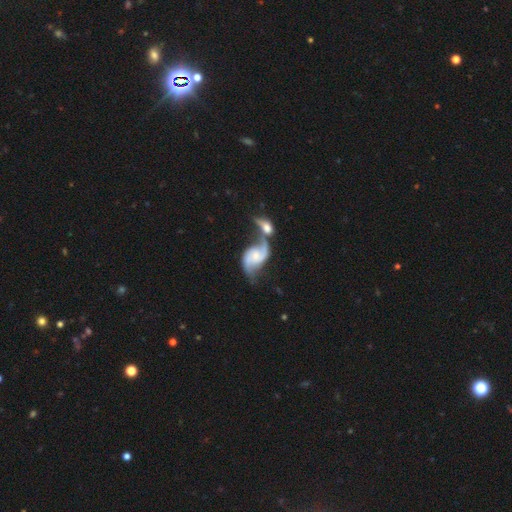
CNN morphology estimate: A featured or disk galaxy (86%) with no bar (59%), 2 (91%) loose (59%) spiral arms (95%) and a small central bulge (55%). Merging: merger (65%).